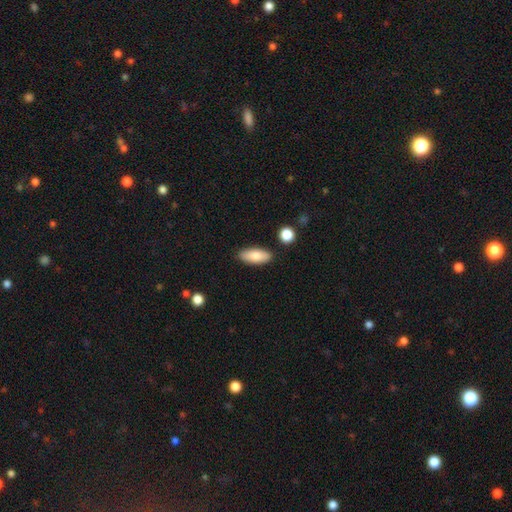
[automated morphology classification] smooth_or_featured: smooth (p=0.83) [alt: featured or disk p=0.11]
how_rounded: in between (p=0.82) [alt: cigar-shaped p=0.16]
merging: none (p=0.86) [alt: minor disturbance p=0.09]